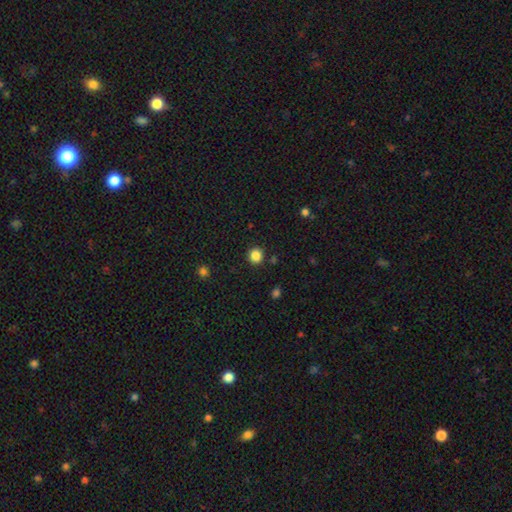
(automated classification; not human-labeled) A smooth galaxy with no disk features (85%) that is round (90%). Merging: none (90%).